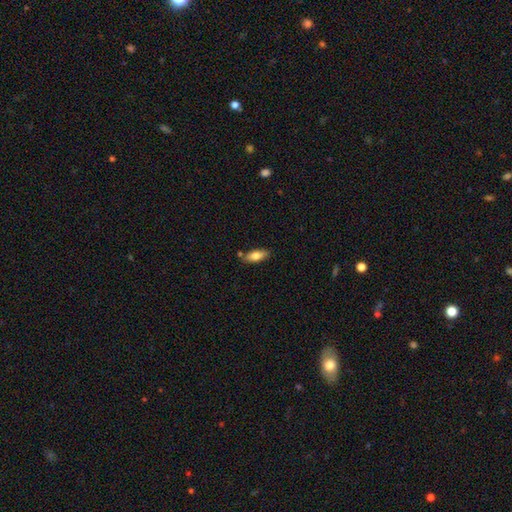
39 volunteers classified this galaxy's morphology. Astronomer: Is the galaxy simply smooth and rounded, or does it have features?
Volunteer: smooth — 74%.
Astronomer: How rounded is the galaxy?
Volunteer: in between — 93%.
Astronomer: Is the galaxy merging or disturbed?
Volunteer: none — 61%.